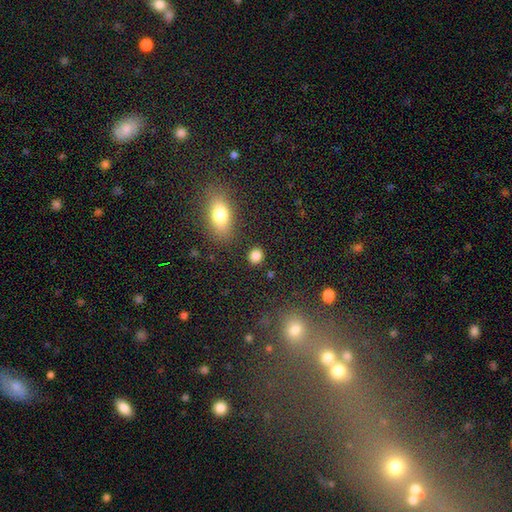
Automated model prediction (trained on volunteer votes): smooth_or_featured: smooth (p=0.85) [alt: star or artifact p=0.11]
how_rounded: round (p=0.72) [alt: in between p=0.27]
merging: none (p=0.87) [alt: minor disturbance p=0.08]